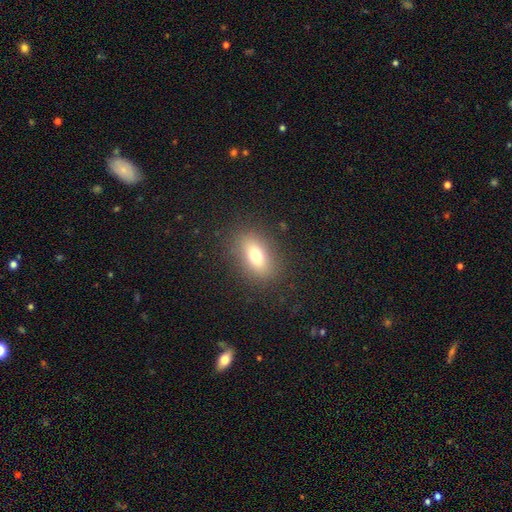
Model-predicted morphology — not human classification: smooth 74%, featured or disk 16%, star or artifact 11%. Down the decision tree: how rounded — in between (81%); merging — none (85%).